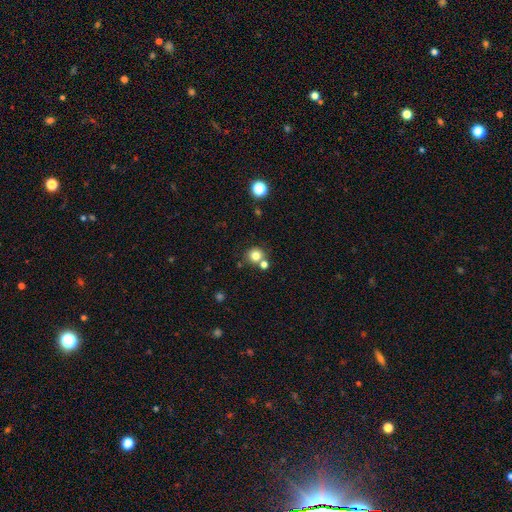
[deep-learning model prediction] Smooth or featured?
  - smooth: 79% *
  - star or artifact: 13%
  - featured or disk: 8%
How rounded?
  - round: 91% *
  - in between: 8%
  - cigar-shaped: 1%
Merging?
  - none: 68% *
  - merger: 21%
  - minor disturbance: 8%
  - major disturbance: 3%